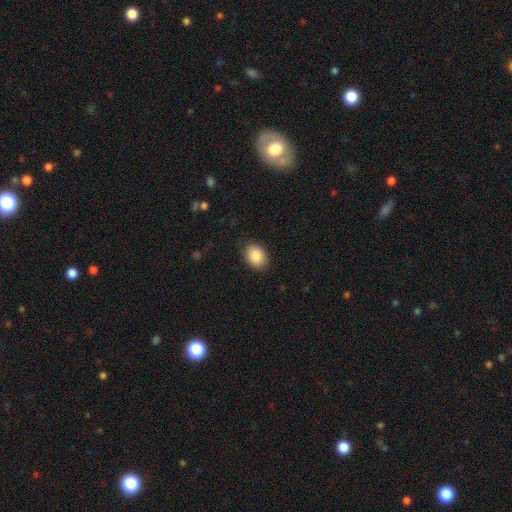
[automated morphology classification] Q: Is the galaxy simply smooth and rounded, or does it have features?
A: smooth — 88%.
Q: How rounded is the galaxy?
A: in between — 74%.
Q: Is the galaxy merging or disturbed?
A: none — 87%.